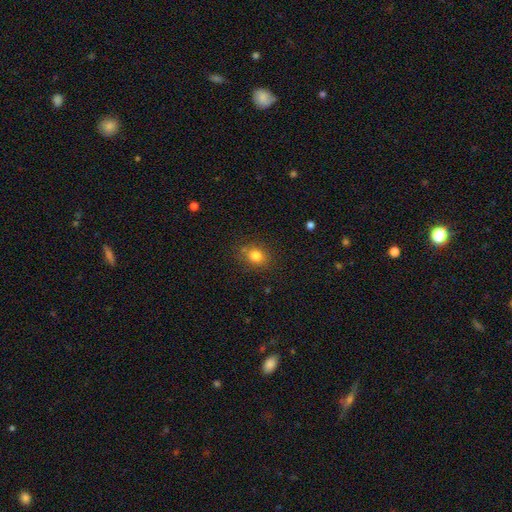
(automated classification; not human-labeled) smooth 81%, star or artifact 12%, featured or disk 7%. Down the decision tree: how rounded — round (57%); merging — none (79%).